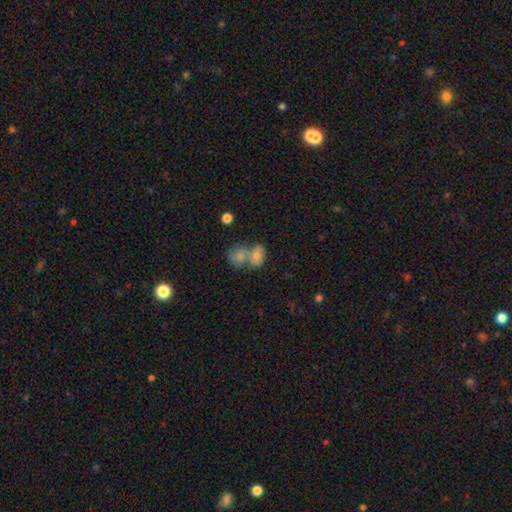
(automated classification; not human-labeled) This is likely a smooth galaxy (72%). How rounded: likely in between (63%). Merging: likely merger (65%).